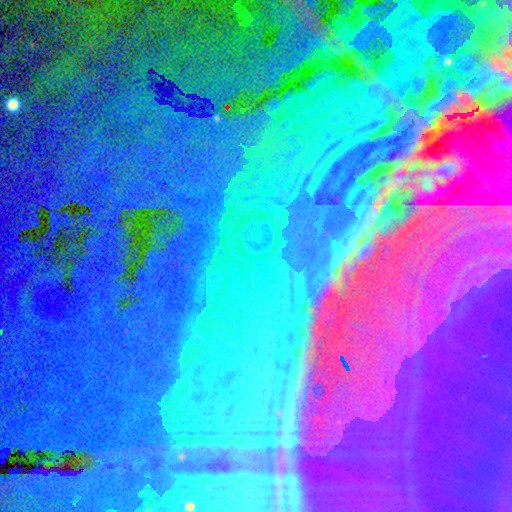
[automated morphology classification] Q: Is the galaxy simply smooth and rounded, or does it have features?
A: star or artifact — 84%.